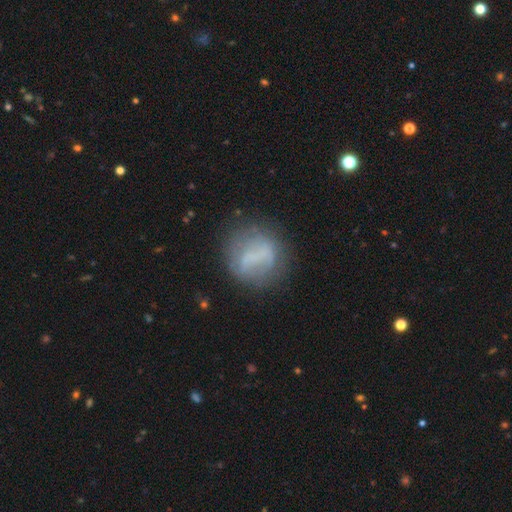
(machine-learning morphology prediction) A smooth galaxy with no disk features (48%). Merging: none (67%).